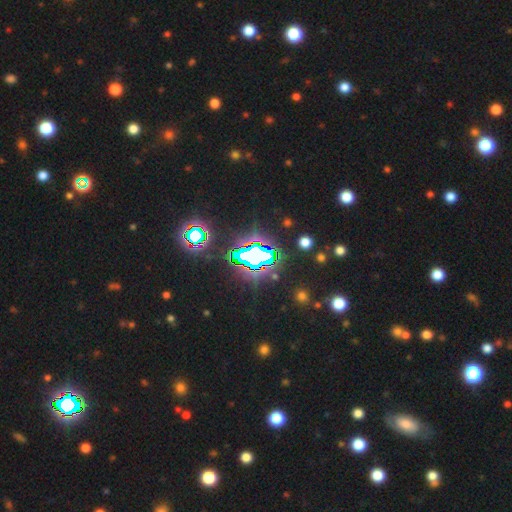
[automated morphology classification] star or artifact 76%, smooth 14%, featured or disk 10%.